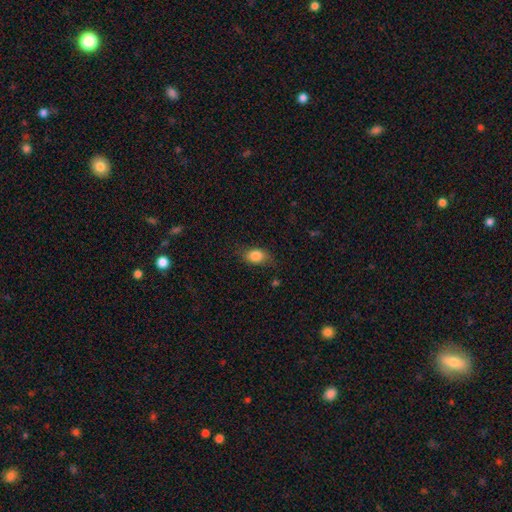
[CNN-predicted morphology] smooth-or-featured: smooth: 83% | star or artifact: 9% | featured or disk: 8%
  how-rounded: in between: 79% | round: 19% | cigar-shaped: 2%
  merging: none: 74% | minor disturbance: 19% | major disturbance: 5% | merger: 1%